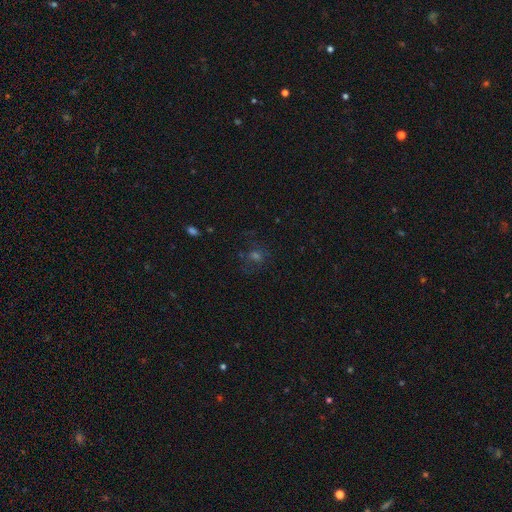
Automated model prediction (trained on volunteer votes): This appears to be a star or artifact, not a galaxy (42%).